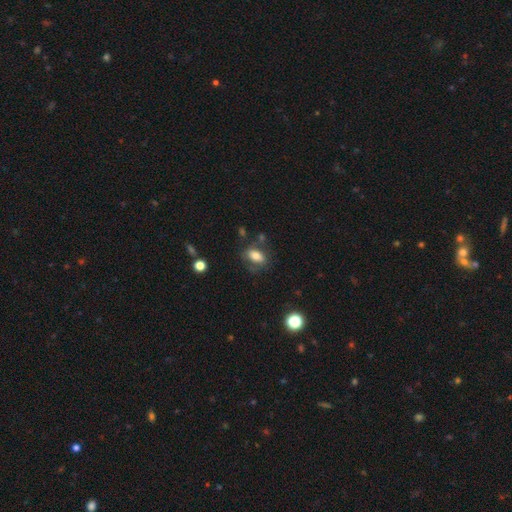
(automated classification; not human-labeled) Smooth or featured? Predicted: smooth (p=0.72). How rounded? Predicted: in between (p=0.85). Merging? Predicted: none (p=0.65).